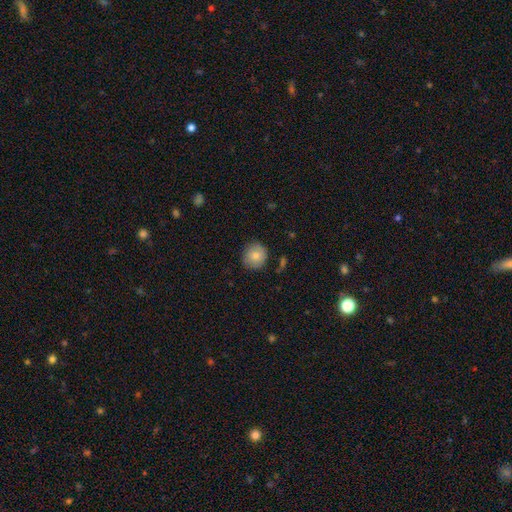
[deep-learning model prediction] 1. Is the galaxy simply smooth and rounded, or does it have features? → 81% smooth, 12% featured or disk, 8% star or artifact.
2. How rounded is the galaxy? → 90% round, 9% in between, 1% cigar-shaped.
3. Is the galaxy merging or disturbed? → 81% none, 14% minor disturbance, 3% major disturbance, 2% merger.